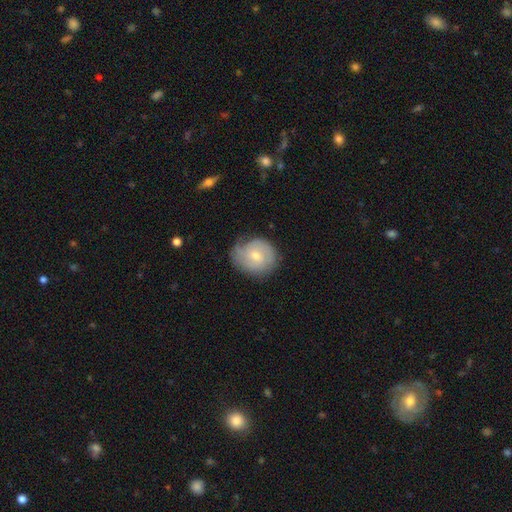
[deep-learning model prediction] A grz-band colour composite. It shows a featured or disk galaxy (64%) with no bar (58%), 2 (44%) tight (51%) spiral arms (90%) and a small central bulge (53%). Merging: none (64%).